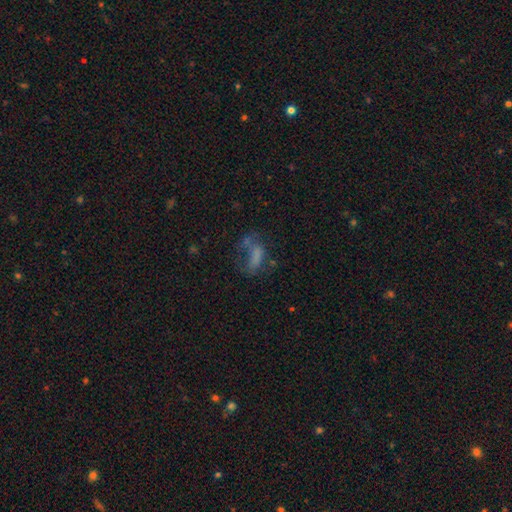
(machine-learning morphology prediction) type=smooth (56%); roundness=in between (74%); merging=major disturbance (39%).